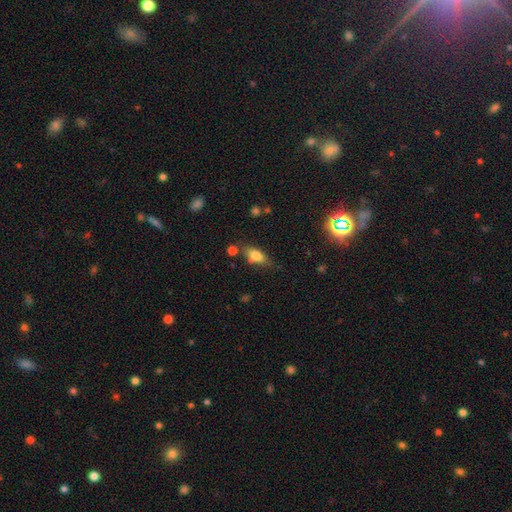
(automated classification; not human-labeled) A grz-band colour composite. It shows a smooth galaxy with no disk features (77%) that is in between round and cigar-shaped (80%). Merging: none (63%).